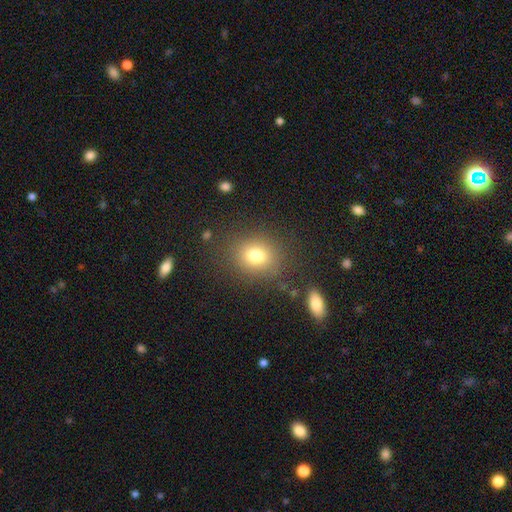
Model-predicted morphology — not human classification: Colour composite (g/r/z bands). It shows a smooth galaxy with no disk features (77%) that is round (68%). Merging: none (82%).